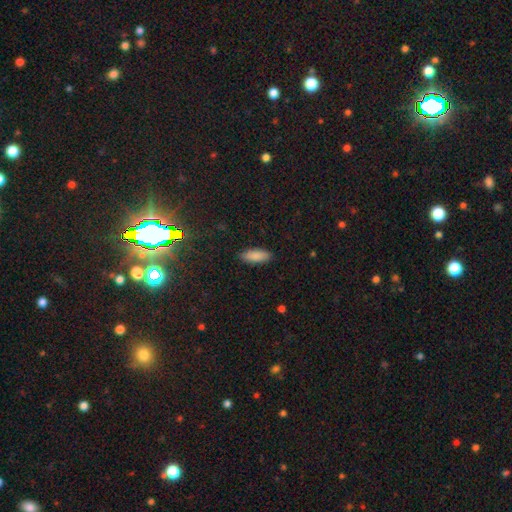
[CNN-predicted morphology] A smooth galaxy with no disk features (88%) that is in between round and cigar-shaped (73%). Merging: none (88%).